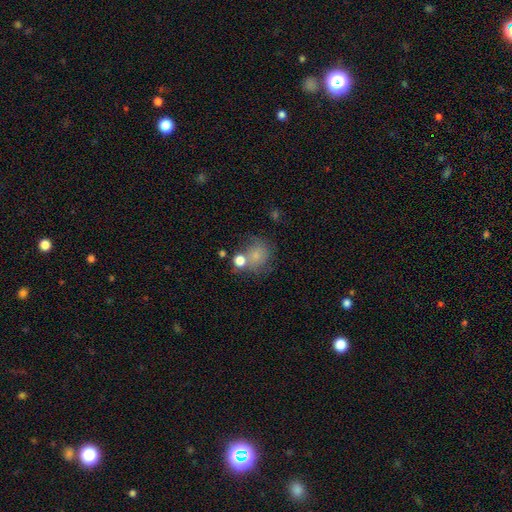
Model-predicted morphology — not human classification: smooth_or_featured: smooth (p=0.67) [alt: featured or disk p=0.20]
how_rounded: round (p=0.77) [alt: in between p=0.22]
merging: none (p=0.49) [alt: merger p=0.23]